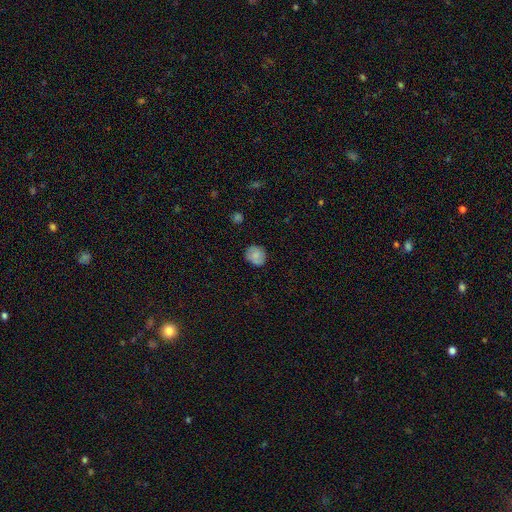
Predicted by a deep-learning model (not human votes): smooth_or_featured: smooth (p=0.78) [alt: featured or disk p=0.14]
how_rounded: round (p=0.75) [alt: in between p=0.24]
merging: none (p=0.80) [alt: minor disturbance p=0.15]